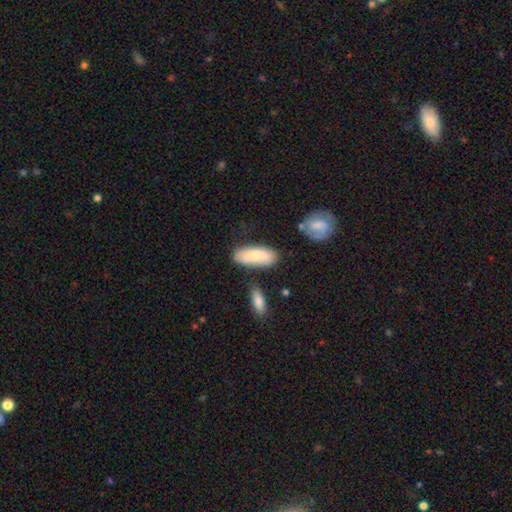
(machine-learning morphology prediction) Overall: smooth (75%). How rounded: in between (71%). Merging: none (70%).